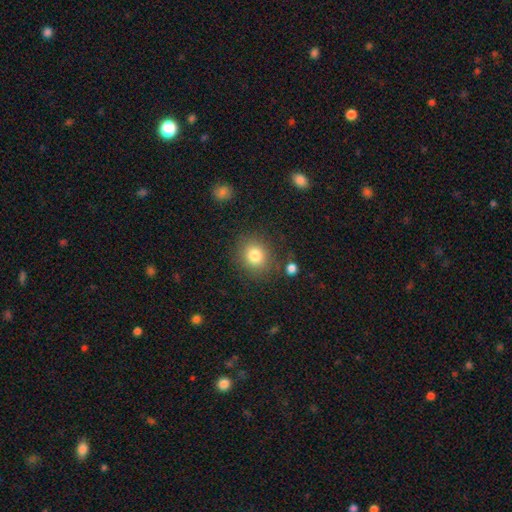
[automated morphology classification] smooth-or-featured: smooth: 77% | star or artifact: 16% | featured or disk: 7%
  how-rounded: round: 82% | in between: 17% | cigar-shaped: 1%
  merging: none: 88% | minor disturbance: 7% | merger: 3% | major disturbance: 2%